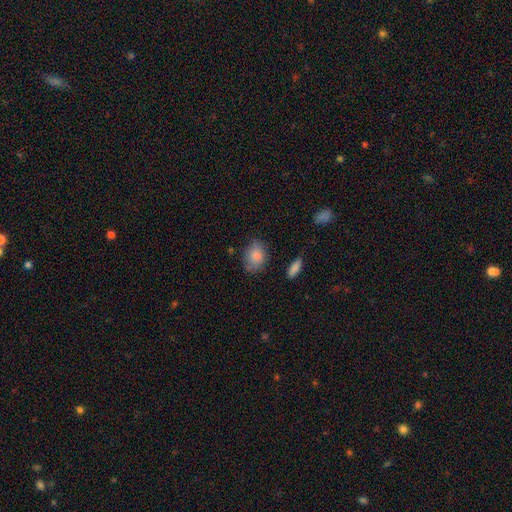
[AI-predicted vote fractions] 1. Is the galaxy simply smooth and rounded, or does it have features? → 85% smooth, 8% featured or disk, 7% star or artifact.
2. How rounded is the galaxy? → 69% in between, 29% round, 2% cigar-shaped.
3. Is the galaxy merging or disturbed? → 72% none, 21% minor disturbance, 5% major disturbance, 3% merger.